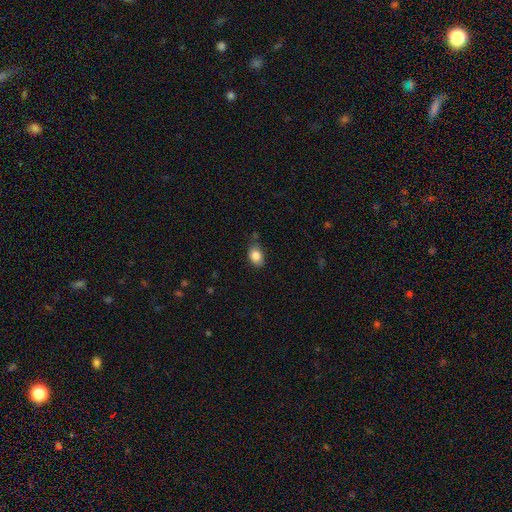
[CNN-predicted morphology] smooth_or_featured: smooth (p=0.85) [alt: star or artifact p=0.08]
how_rounded: in between (p=0.78) [alt: round p=0.21]
merging: none (p=0.72) [alt: minor disturbance p=0.21]